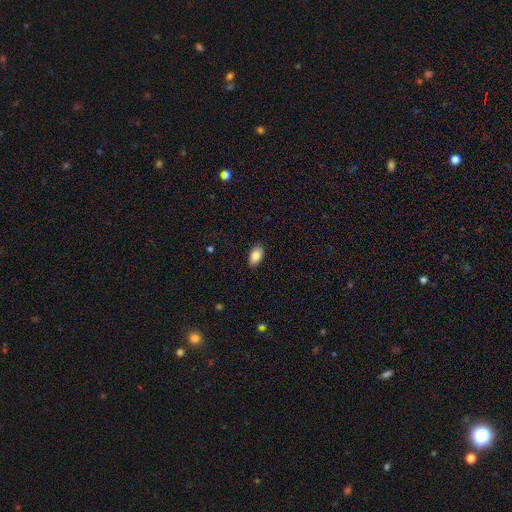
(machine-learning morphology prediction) smooth 85%, featured or disk 8%, star or artifact 7%. Down the decision tree: how rounded — in between (93%); merging — none (87%).